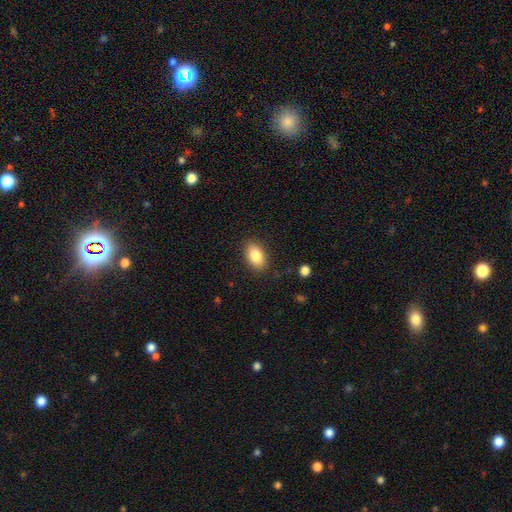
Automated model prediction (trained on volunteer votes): This is clearly a smooth galaxy (85%). How rounded: clearly in between (88%). Merging: clearly none (86%).